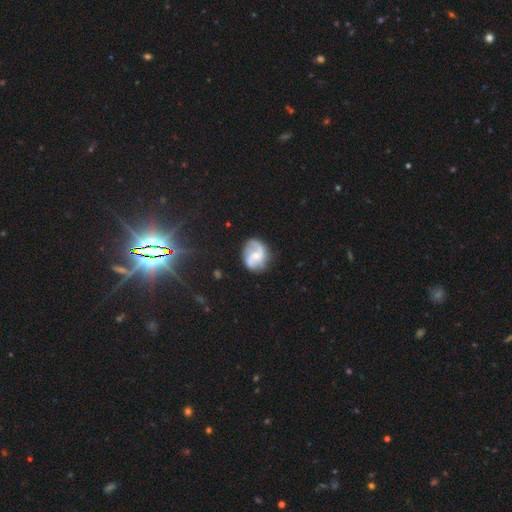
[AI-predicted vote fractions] Morphology: type=featured or disk (72%); edge-on=no (98%); bar=no (47%); spiral arms=yes (90%); winding=loose (44%); arm count=2 (84%); bulge=small (48%); merging=none (71%).